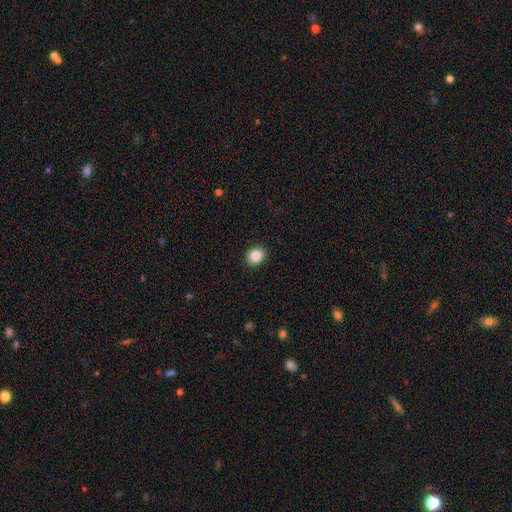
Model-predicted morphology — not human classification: A smooth galaxy with no disk features (85%) that is round (63%). Merging: none (91%).